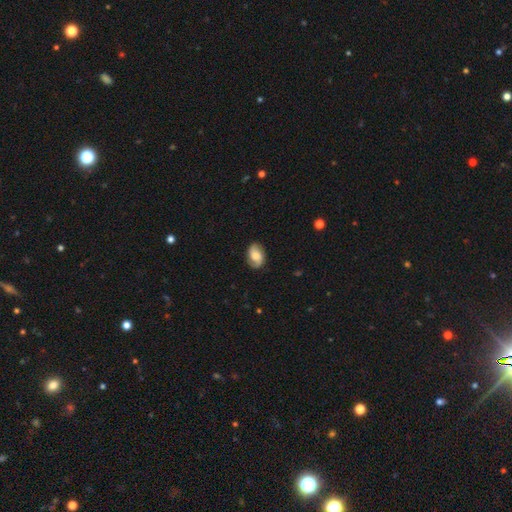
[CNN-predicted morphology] A featured or disk galaxy (52%) with no bar (54%), spiral arms (90%) and a moderate central bulge (37%).

Vote fractions:
- Smooth or featured? featured or disk: 52% / smooth: 40% / star or artifact: 8%
- Edge-on disk? no: 96% / yes: 4%
- Bar? no: 54% / weak: 37% / strong: 9%
- Spiral arms? yes: 90% / no: 10%
- Bulge size? moderate: 37% / large: 27% / small: 19% / none: 13% / dominant: 4%
- Merging? none: 80% / minor disturbance: 15% / major disturbance: 4% / merger: 1%